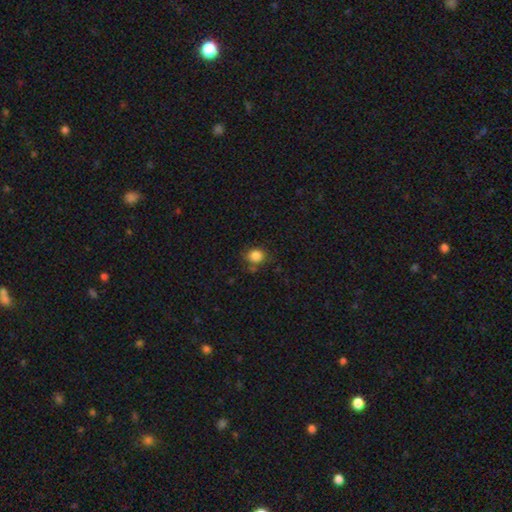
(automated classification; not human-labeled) A smooth galaxy with no disk features (85%) that is round (67%). Merging: none (73%).